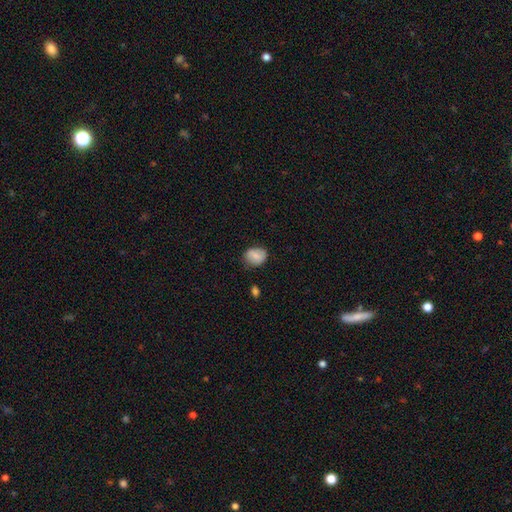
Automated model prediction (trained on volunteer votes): The model was most divided on "how rounded": round: 50%, in between: 49%, cigar-shaped: 1%. More confident: smooth or featured — smooth (77%); merging — none (69%).